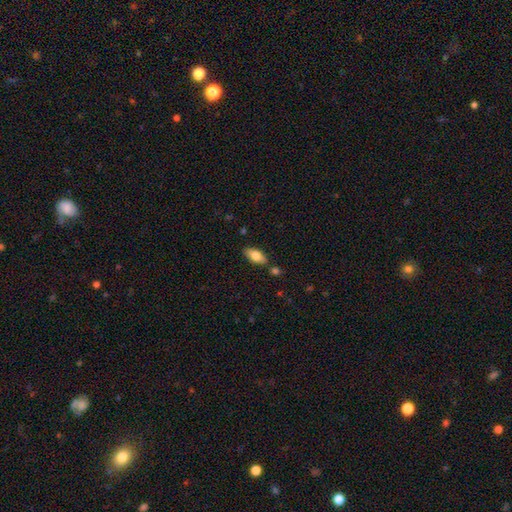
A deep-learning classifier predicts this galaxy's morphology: Smooth or featured: smooth — 74% (featured or disk — 19%)
How rounded: in between — 85% (cigar-shaped — 12%)
Merging: none — 79% (minor disturbance — 12%)